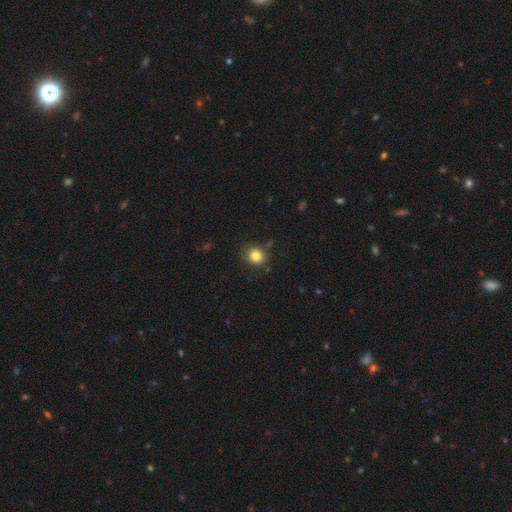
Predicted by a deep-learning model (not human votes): A smooth galaxy with no disk features (83%) that is round (84%). Merging: none (82%).